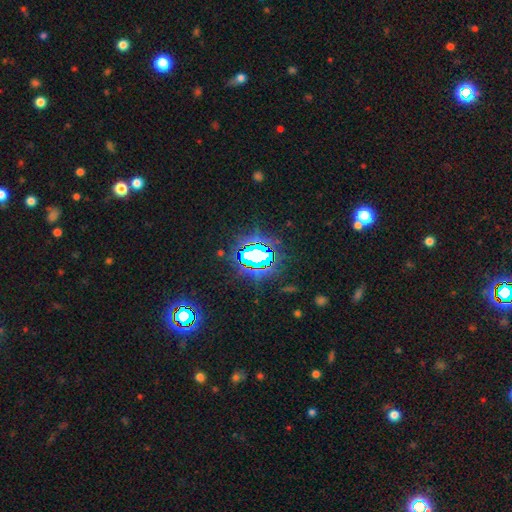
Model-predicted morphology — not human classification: smooth-or-featured: star or artifact: 75% | smooth: 14% | featured or disk: 12%